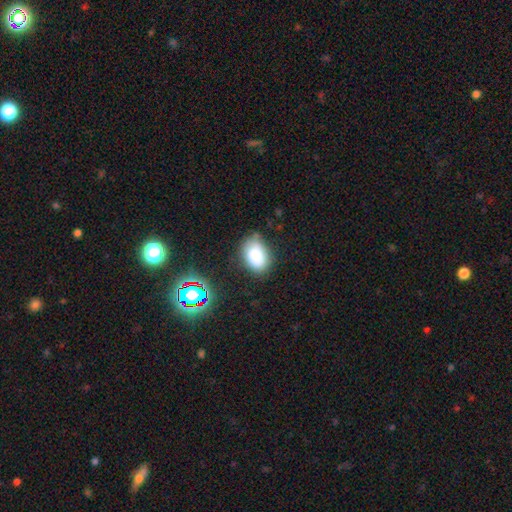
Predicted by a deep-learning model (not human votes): Morphology: type=smooth (82%); roundness=in between (84%); merging=none (71%).